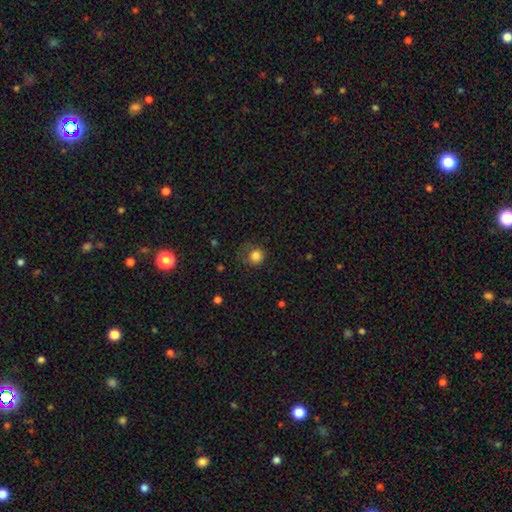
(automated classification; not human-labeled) Smooth or featured: smooth — 83% (star or artifact — 11%)
How rounded: round — 85% (in between — 14%)
Merging: none — 53% (minor disturbance — 26%)